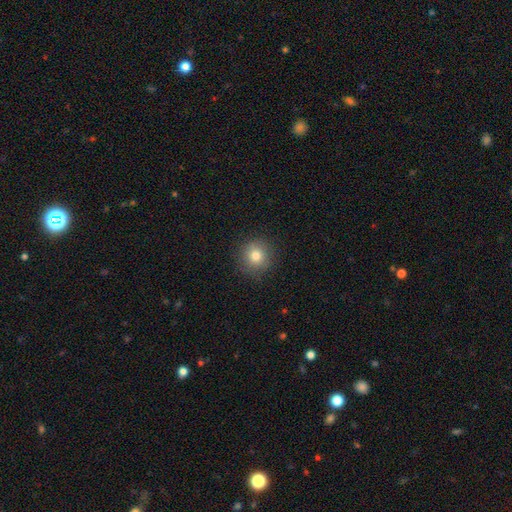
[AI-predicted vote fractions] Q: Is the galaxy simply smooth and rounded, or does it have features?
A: smooth — 80%.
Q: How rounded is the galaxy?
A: round — 93%.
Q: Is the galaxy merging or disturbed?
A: none — 88%.